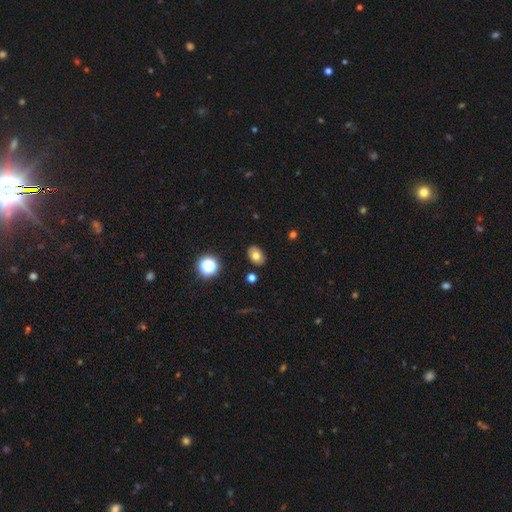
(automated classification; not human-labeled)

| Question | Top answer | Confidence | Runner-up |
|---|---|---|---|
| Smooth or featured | smooth | 73% | featured or disk (14%) |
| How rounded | in between | 77% | round (22%) |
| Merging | none | 87% | minor disturbance (9%) |